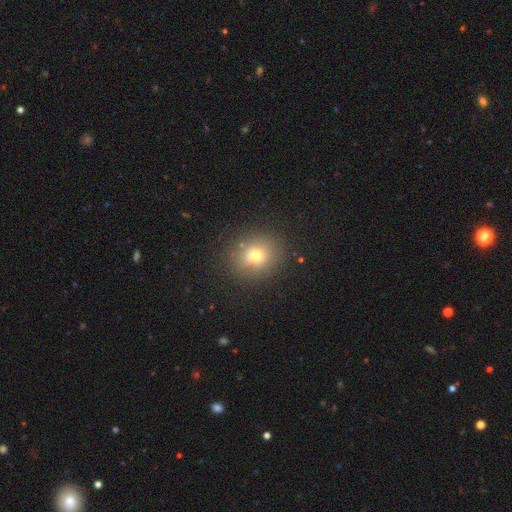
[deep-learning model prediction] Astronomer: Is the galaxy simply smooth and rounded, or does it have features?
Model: smooth — 68%.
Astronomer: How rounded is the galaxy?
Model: round — 79%.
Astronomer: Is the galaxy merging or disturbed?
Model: none — 82%.